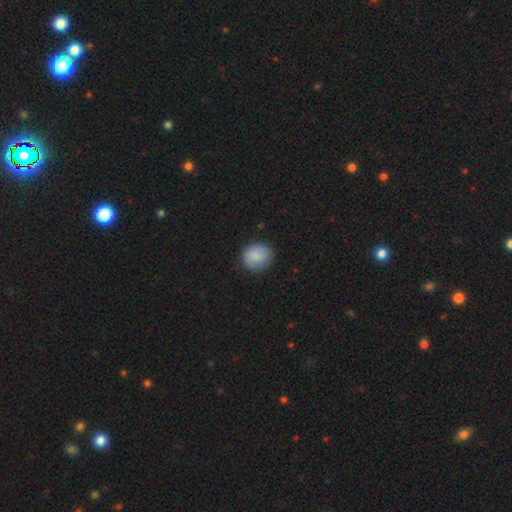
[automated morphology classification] Smooth or featured: smooth — 77% (featured or disk — 15%)
How rounded: round — 79% (in between — 20%)
Merging: none — 83% (minor disturbance — 13%)